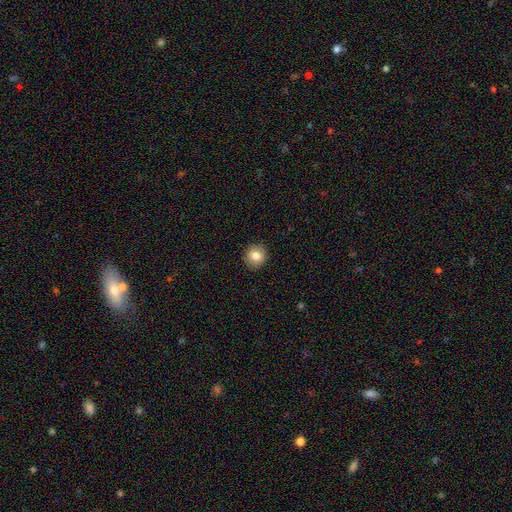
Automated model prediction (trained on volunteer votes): Morphology: type=smooth (82%); roundness=round (89%); merging=none (92%).